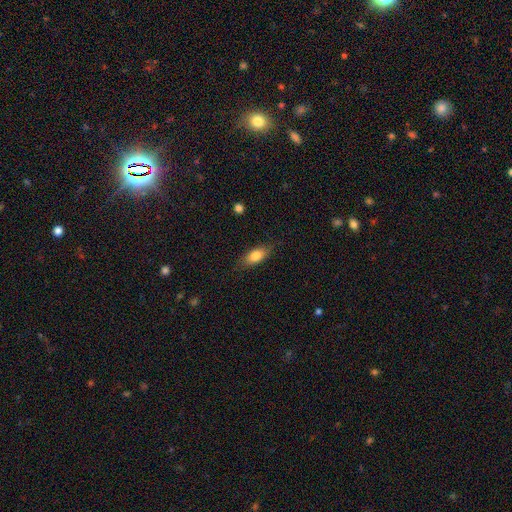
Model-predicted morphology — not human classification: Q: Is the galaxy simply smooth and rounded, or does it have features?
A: smooth — 79%.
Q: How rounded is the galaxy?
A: in between — 79%.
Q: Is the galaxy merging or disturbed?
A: none — 81%.